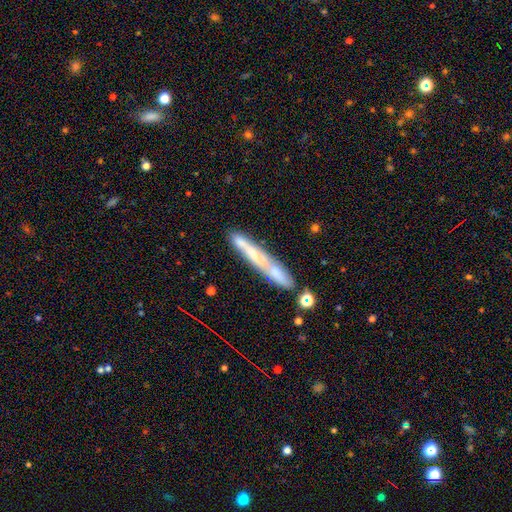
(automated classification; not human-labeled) This appears to be a featured or disk galaxy (50%) viewed edge-on (79%). Merging: none (66%).